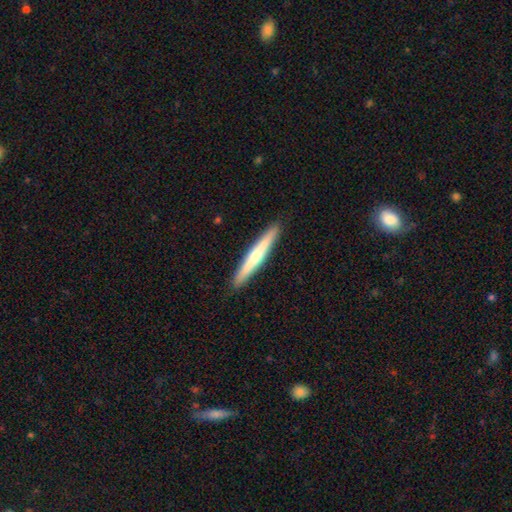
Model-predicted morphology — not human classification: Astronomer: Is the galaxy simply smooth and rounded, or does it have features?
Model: featured or disk — 55% (runner-up: smooth, 39%).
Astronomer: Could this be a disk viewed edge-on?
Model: yes — 95%.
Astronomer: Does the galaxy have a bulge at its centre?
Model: rounded — 77%.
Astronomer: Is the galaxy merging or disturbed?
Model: none — 92%.